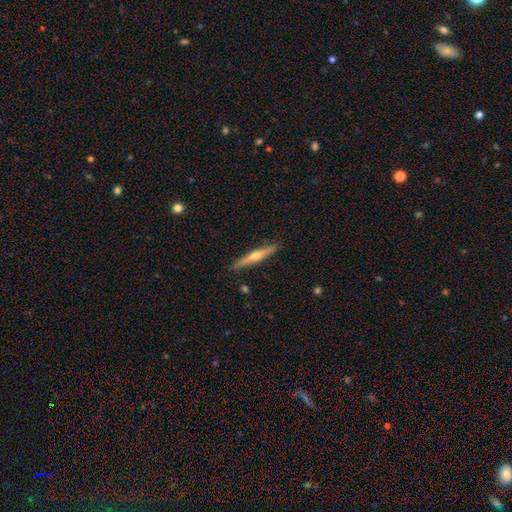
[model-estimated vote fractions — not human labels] Q: Smooth or featured?
A: featured or disk (68%); runner-up: smooth (27%)
Q: Edge-on disk?
A: yes (97%); runner-up: no (3%)
Q: Edge-on bulge?
A: rounded (90%); runner-up: none (7%)
Q: Merging?
A: none (90%); runner-up: minor disturbance (7%)